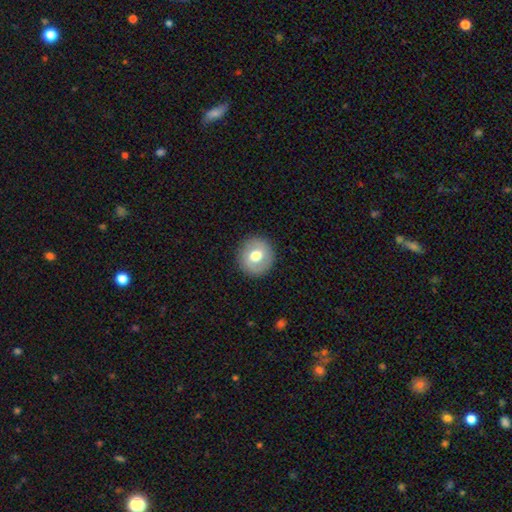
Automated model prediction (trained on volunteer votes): Smooth or featured? Predicted: smooth (p=0.65). How rounded? Predicted: round (p=0.91). Merging? Predicted: none (p=0.89).